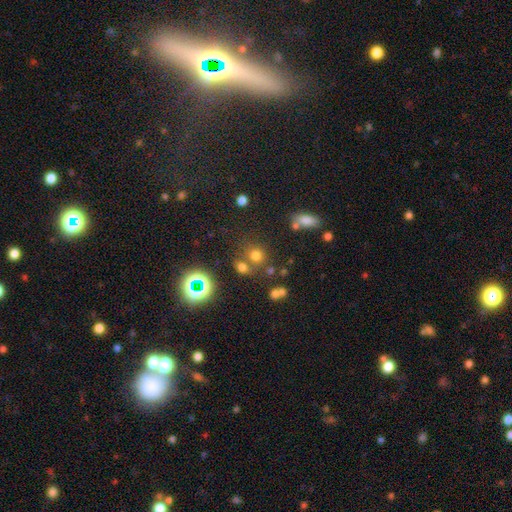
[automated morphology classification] Smooth or featured? Predicted: smooth (p=0.68). How rounded? Predicted: round (p=0.83). Merging? Predicted: none (p=0.63).